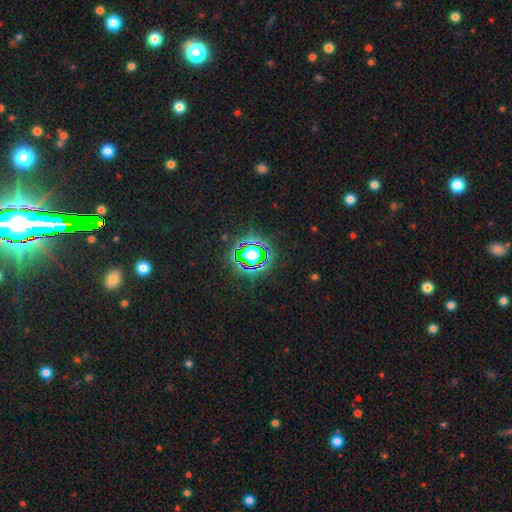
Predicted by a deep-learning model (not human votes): Q: Smooth or featured?
A: star or artifact (70%); runner-up: smooth (19%)